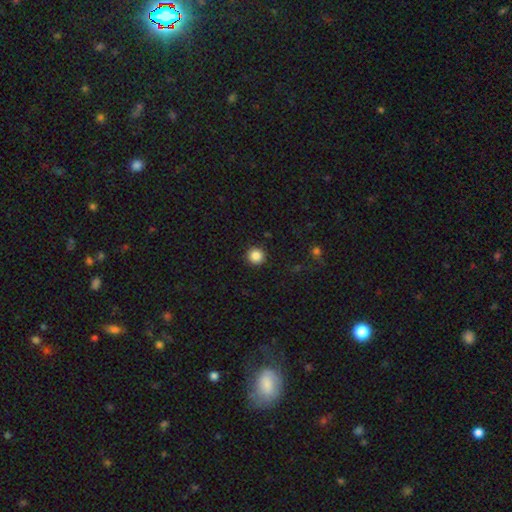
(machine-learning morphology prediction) Smooth or featured? smooth (87%)
How rounded? round (96%)
Merging? none (93%)